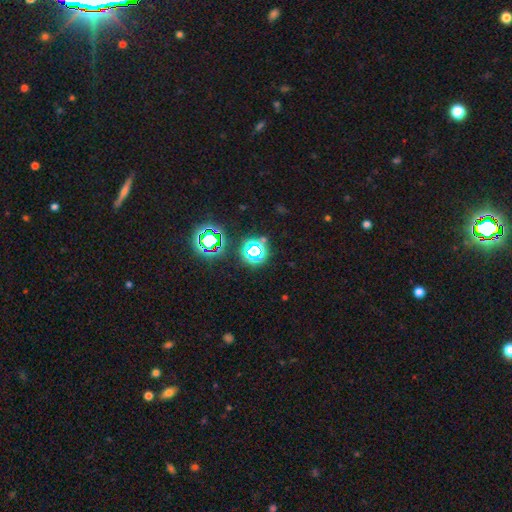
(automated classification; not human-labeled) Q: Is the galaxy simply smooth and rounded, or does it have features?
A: star or artifact — 70%.